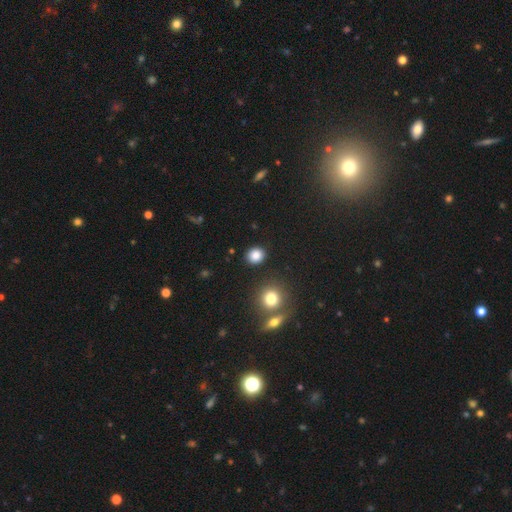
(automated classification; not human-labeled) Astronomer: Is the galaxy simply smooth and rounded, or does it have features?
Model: smooth — 85%.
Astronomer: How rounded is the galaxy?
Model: round — 75%.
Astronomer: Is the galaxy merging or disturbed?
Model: none — 88%.